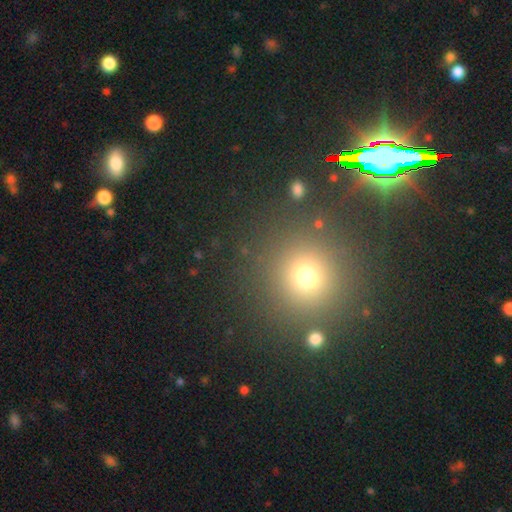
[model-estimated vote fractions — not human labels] A star or artifact, not a galaxy (46%).